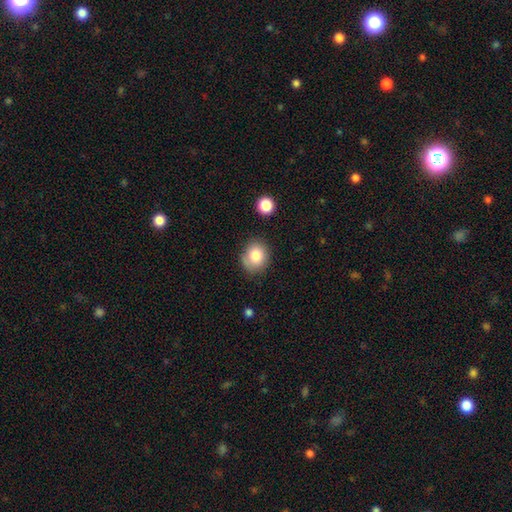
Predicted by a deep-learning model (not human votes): Smooth or featured: smooth — 81% (star or artifact — 10%)
How rounded: round — 65% (in between — 34%)
Merging: none — 77% (minor disturbance — 16%)